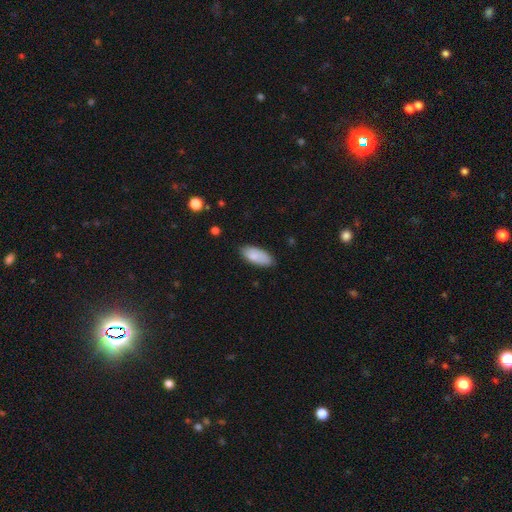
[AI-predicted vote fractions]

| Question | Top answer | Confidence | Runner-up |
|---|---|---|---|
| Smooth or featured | smooth | 85% | featured or disk (9%) |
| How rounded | in between | 87% | cigar-shaped (11%) |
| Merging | none | 80% | minor disturbance (16%) |